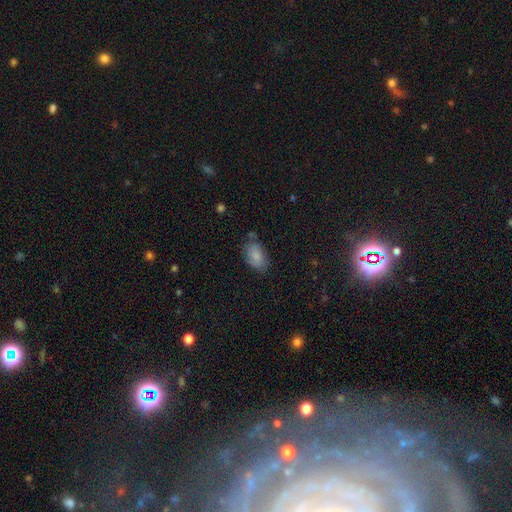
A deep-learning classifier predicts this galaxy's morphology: Smooth or featured: smooth — 79% (featured or disk — 14%)
How rounded: in between — 91% (round — 7%)
Merging: none — 66% (minor disturbance — 24%)